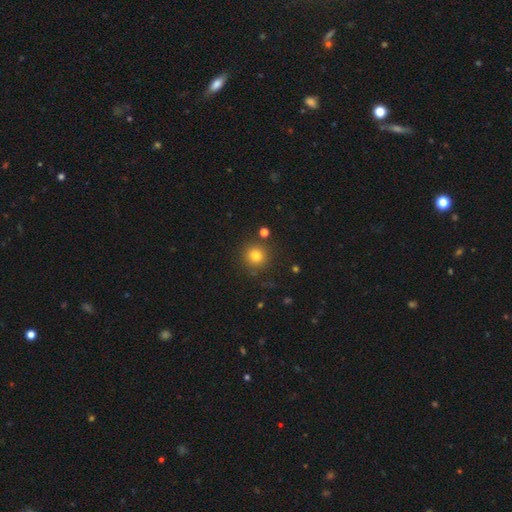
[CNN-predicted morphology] Q: Smooth or featured?
A: smooth (80%); runner-up: star or artifact (13%)
Q: How rounded?
A: round (93%); runner-up: in between (6%)
Q: Merging?
A: none (85%); runner-up: minor disturbance (8%)